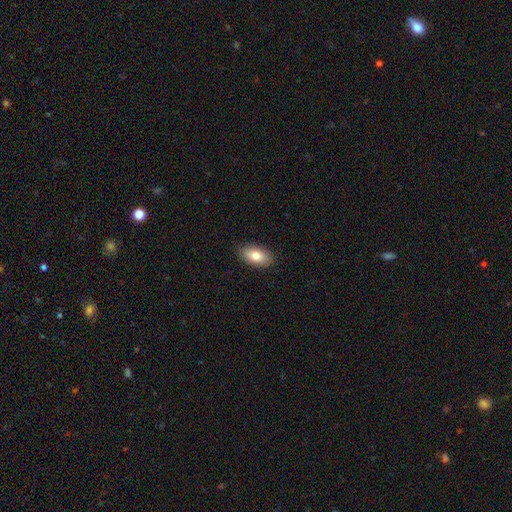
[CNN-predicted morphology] A smooth galaxy with no disk features (79%) that is in between round and cigar-shaped (92%). Merging: none (89%).